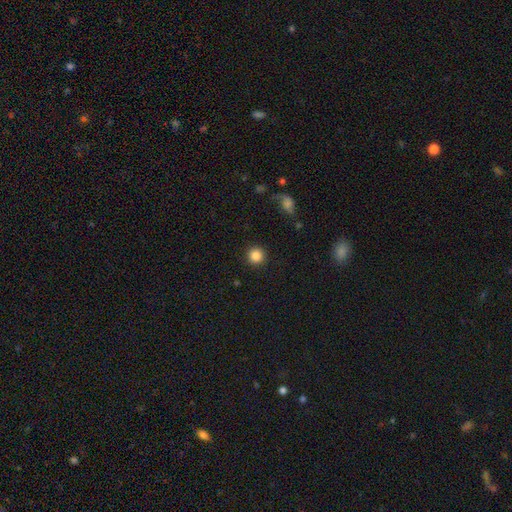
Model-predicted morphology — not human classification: This is clearly a smooth galaxy (86%). How rounded: clearly round (95%). Merging: clearly none (92%).